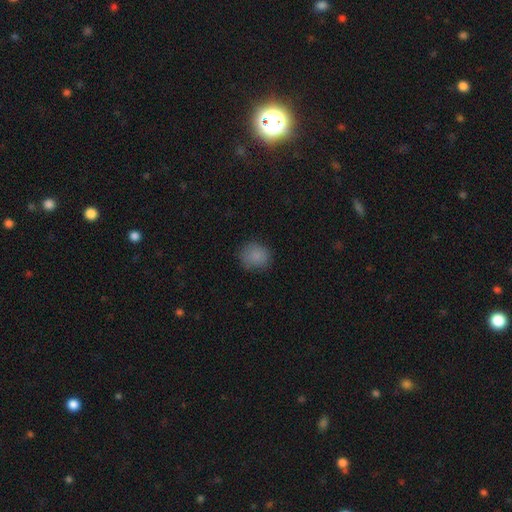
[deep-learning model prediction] A smooth galaxy with no disk features (84%) that is round (80%).

Vote fractions:
- Smooth or featured? smooth: 84% / star or artifact: 10% / featured or disk: 6%
- How rounded? round: 80% / in between: 19% / cigar-shaped: 1%
- Merging? none: 79% / minor disturbance: 15% / major disturbance: 4% / merger: 1%